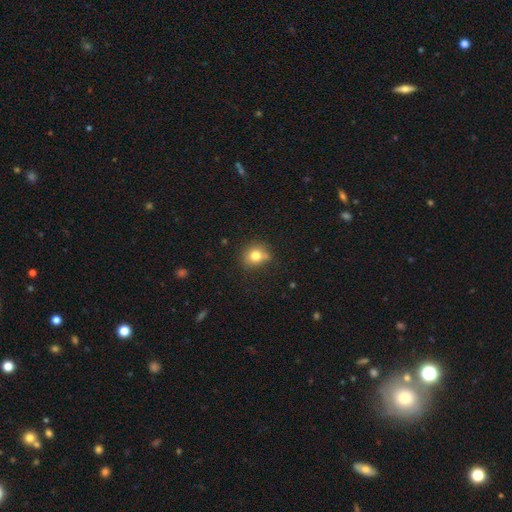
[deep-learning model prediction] Morphology: type=smooth (77%); roundness=round (70%); merging=none (65%).